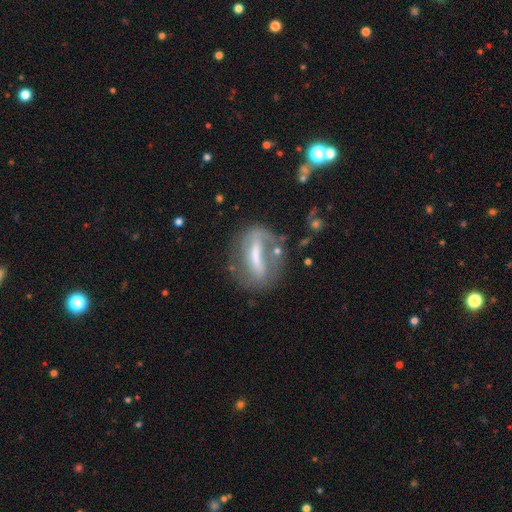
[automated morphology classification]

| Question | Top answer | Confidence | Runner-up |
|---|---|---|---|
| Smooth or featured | featured or disk | 64% | smooth (26%) |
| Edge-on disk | no | 81% | yes (19%) |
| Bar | strong | 65% | weak (23%) |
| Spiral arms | yes | 52% | no (48%) |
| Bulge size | moderate | 33% | small (29%) |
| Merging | none | 55% | minor disturbance (20%) |